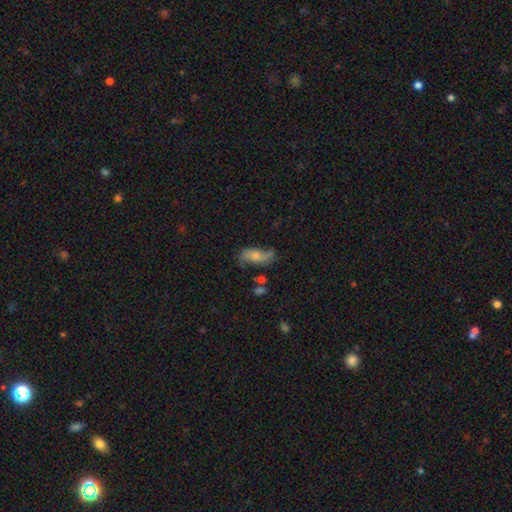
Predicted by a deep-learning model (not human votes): A featured or disk galaxy (47%).

Vote fractions:
- Smooth or featured? featured or disk: 47% / smooth: 44% / star or artifact: 8%
- Merging? none: 54% / minor disturbance: 27% / major disturbance: 13% / merger: 6%